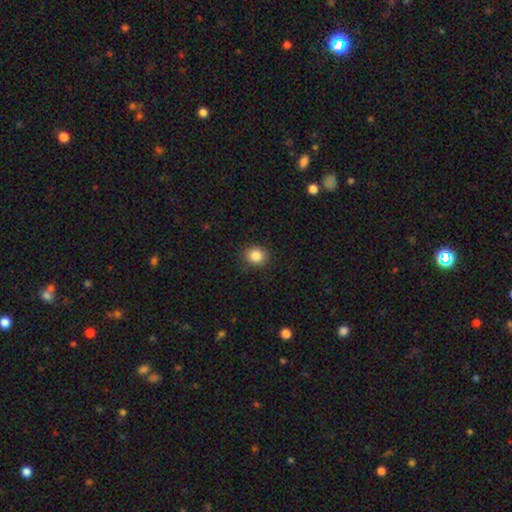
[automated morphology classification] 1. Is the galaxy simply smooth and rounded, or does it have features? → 86% smooth, 10% star or artifact, 4% featured or disk.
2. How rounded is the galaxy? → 82% round, 17% in between, 1% cigar-shaped.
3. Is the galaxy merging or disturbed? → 88% none, 8% minor disturbance, 2% major disturbance, 1% merger.